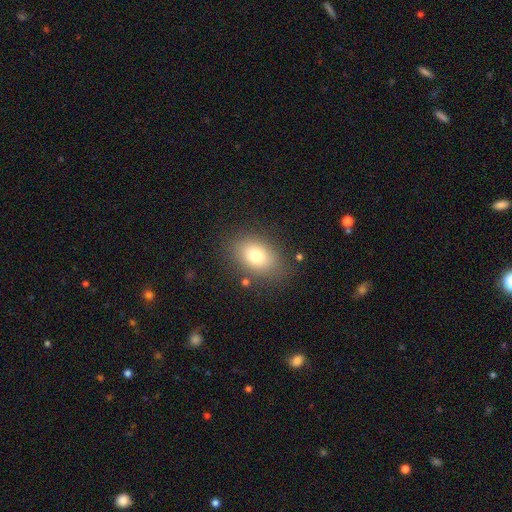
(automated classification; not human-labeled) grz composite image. It shows a smooth galaxy with no disk features (77%) that is in between round and cigar-shaped (77%). Merging: none (81%).